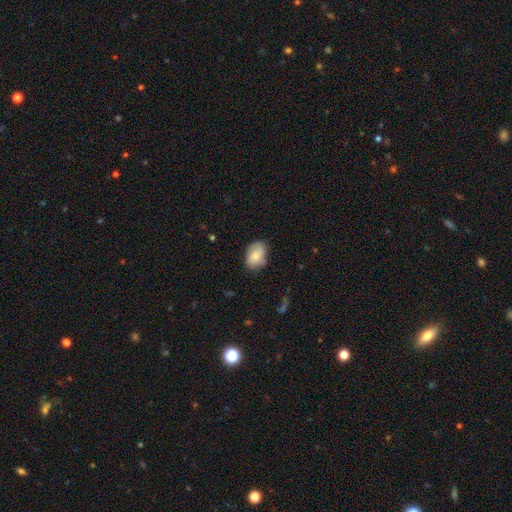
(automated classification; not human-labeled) Smooth or featured? smooth (80%)
How rounded? in between (83%)
Merging? none (70%)